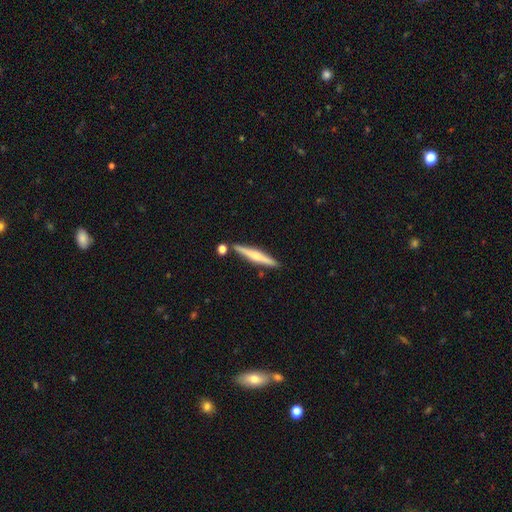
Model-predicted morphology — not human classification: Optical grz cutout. It shows a featured or disk galaxy (56%) viewed edge-on (97%) with a rounded central bulge (75%). Merging: none (84%).